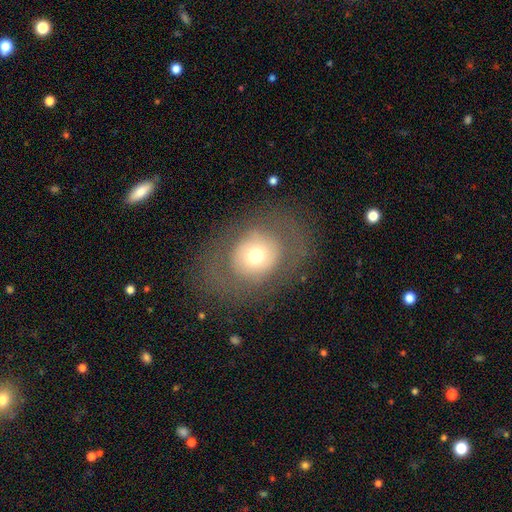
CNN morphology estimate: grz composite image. It shows a smooth galaxy with no disk features (57%) that is round (57%). Merging: none (73%).